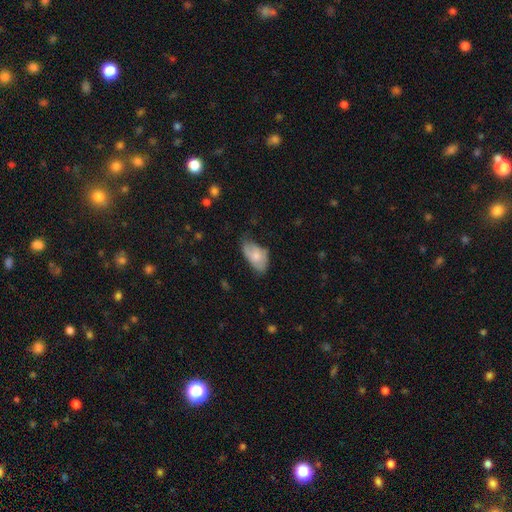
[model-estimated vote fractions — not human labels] smooth_or_featured: smooth (p=0.70) [alt: featured or disk p=0.24]
how_rounded: in between (p=0.93) [alt: round p=0.06]
merging: minor disturbance (p=0.42) [alt: none p=0.39]